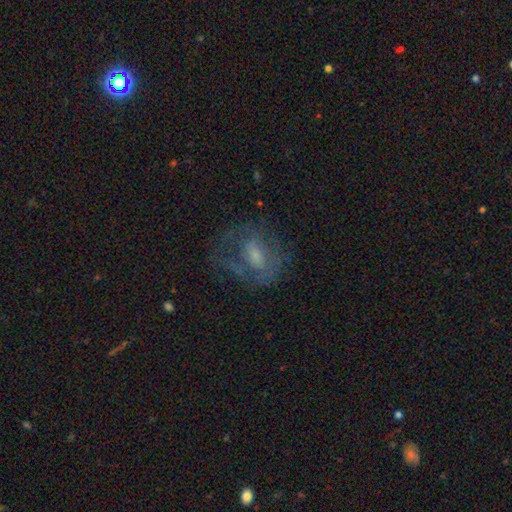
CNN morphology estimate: The model was most divided on "bulge size": moderate: 40%, small: 37%, none: 14%, large: 7%, dominant: 1%. Remaining: edge-on disk — no (95%); smooth or featured — featured or disk (54%); spiral arms — no (53%); merging — none (51%); bar — no (47%).